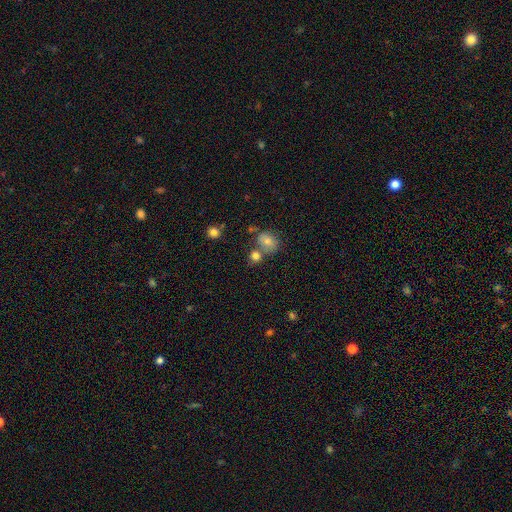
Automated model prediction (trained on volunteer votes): Smooth or featured? Predicted: smooth (p=0.77). How rounded? Predicted: round (p=0.72). Merging? Predicted: none (p=0.55).